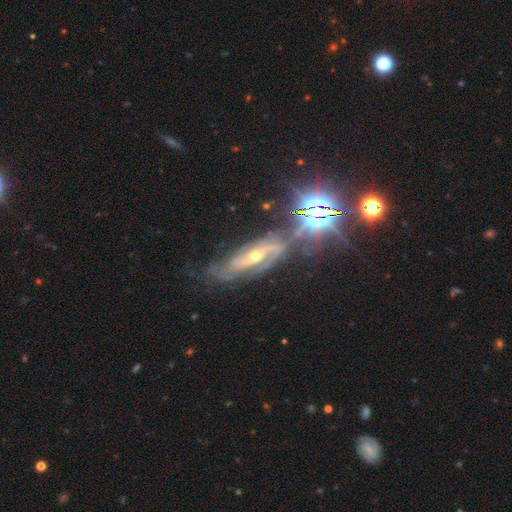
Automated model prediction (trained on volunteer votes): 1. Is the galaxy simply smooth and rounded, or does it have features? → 63% featured or disk, 24% star or artifact, 13% smooth.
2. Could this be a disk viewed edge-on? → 65% no, 35% yes.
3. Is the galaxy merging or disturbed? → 57% none, 19% minor disturbance, 12% major disturbance, 11% merger.